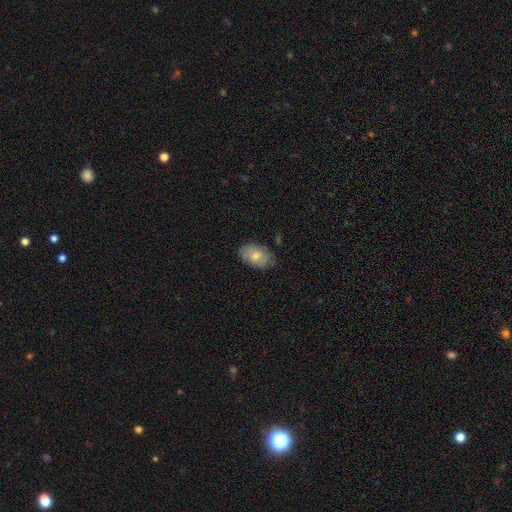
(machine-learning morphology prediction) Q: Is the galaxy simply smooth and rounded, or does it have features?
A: smooth — 69%.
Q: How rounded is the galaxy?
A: in between — 89%.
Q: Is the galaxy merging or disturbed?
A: none — 82%.